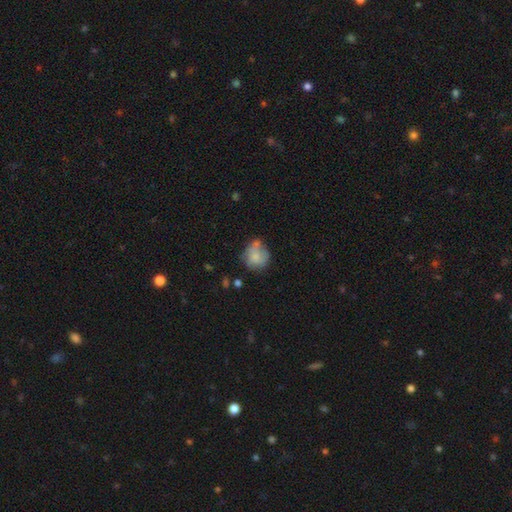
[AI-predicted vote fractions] Morphology: type=smooth (71%); roundness=round (75%); merging=none (45%).